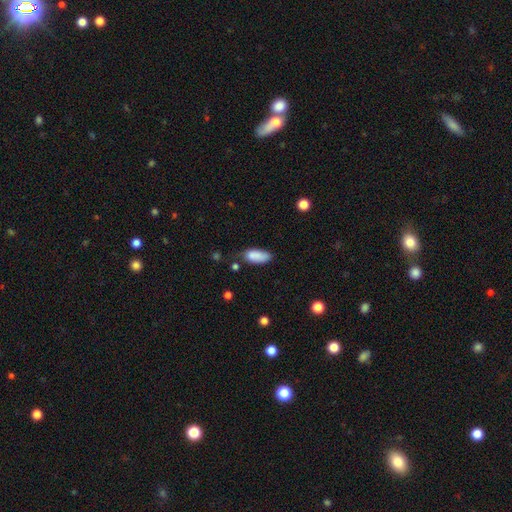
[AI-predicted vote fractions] This appears to be a smooth galaxy with no disk features (86%) that is in between round and cigar-shaped (87%). Merging: none (54%).